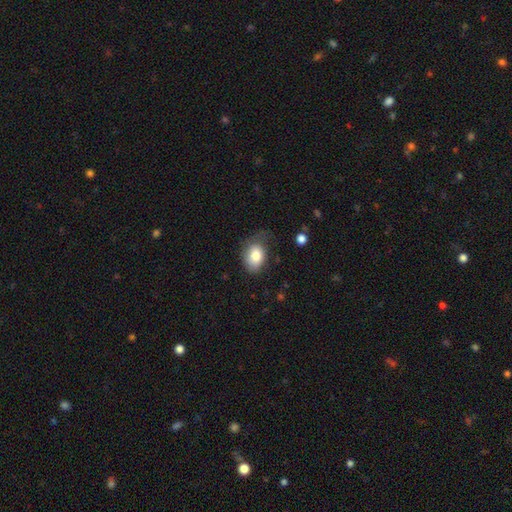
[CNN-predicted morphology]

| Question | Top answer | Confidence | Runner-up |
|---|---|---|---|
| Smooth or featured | smooth | 80% | featured or disk (12%) |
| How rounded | in between | 79% | round (20%) |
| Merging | none | 48% | minor disturbance (33%) |